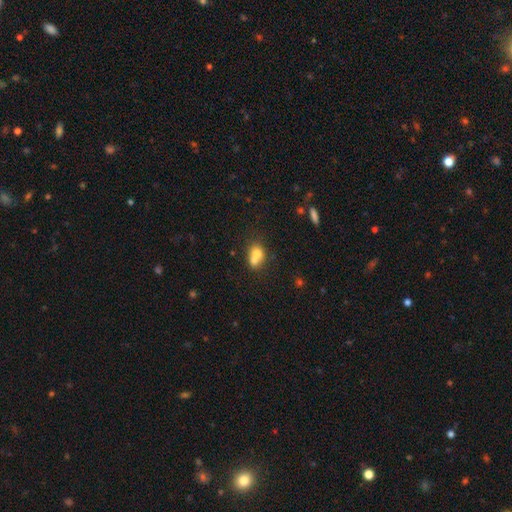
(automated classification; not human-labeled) A smooth galaxy with no disk features (69%) that is round (57%). Merging: merger (64%).